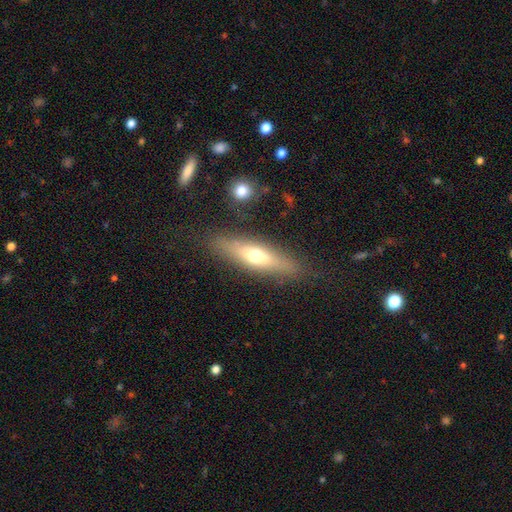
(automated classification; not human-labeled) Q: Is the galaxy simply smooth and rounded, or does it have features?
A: smooth — 51%.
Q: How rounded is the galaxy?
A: cigar-shaped — 68%.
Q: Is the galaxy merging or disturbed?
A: none — 83%.